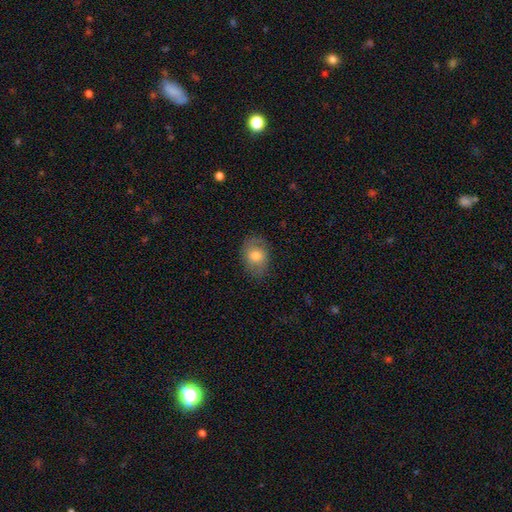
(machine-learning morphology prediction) Smooth or featured: smooth — 63% (featured or disk — 29%)
How rounded: in between — 66% (round — 33%)
Merging: none — 74% (minor disturbance — 19%)